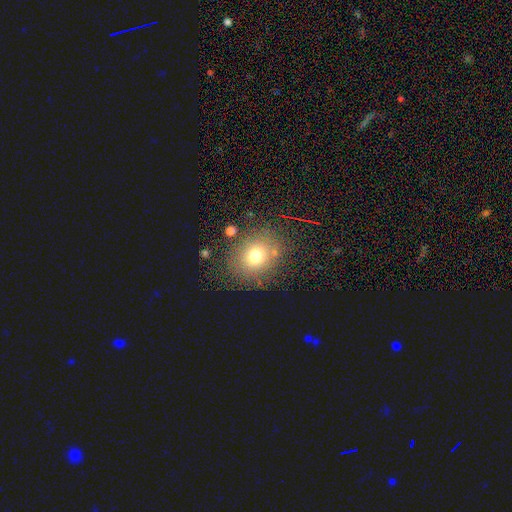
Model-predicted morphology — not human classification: Smooth or featured?
  - smooth: 72% *
  - star or artifact: 16%
  - featured or disk: 12%
How rounded?
  - round: 72% *
  - in between: 27%
  - cigar-shaped: 1%
Merging?
  - none: 80% *
  - minor disturbance: 11%
  - major disturbance: 5%
  - merger: 4%